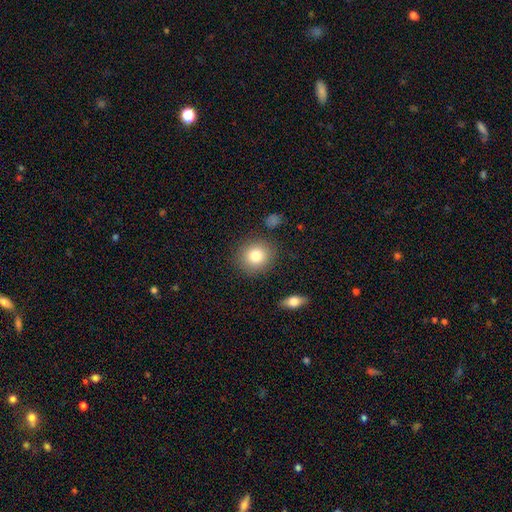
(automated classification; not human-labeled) smooth 81%, featured or disk 10%, star or artifact 9%. Down the decision tree: how rounded — round (85%); merging — none (86%).